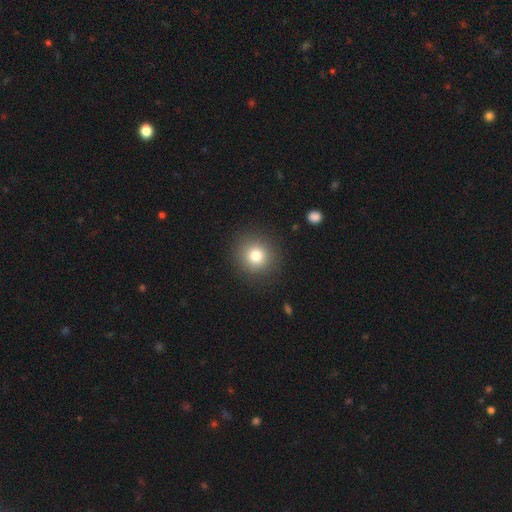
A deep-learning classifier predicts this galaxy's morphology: smooth 79%, star or artifact 12%, featured or disk 9%. Down the decision tree: how rounded — round (93%); merging — none (89%).